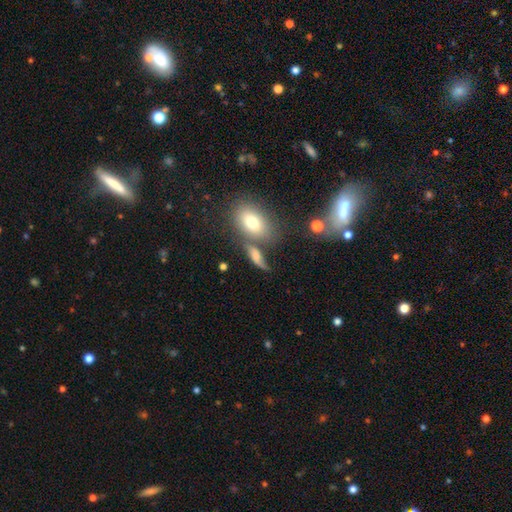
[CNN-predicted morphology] A smooth galaxy with no disk features (59%) that is in between round and cigar-shaped (63%).

Vote fractions:
- Smooth or featured? smooth: 59% / featured or disk: 29% / star or artifact: 12%
- How rounded? in between: 63% / cigar-shaped: 27% / round: 10%
- Merging? none: 45% / merger: 22% / minor disturbance: 20% / major disturbance: 12%